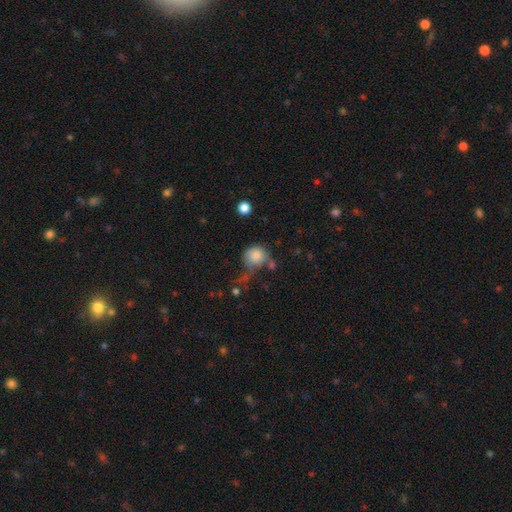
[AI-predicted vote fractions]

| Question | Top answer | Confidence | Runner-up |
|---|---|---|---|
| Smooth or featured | smooth | 79% | featured or disk (12%) |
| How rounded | round | 83% | in between (16%) |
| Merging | none | 35% | major disturbance (25%) |